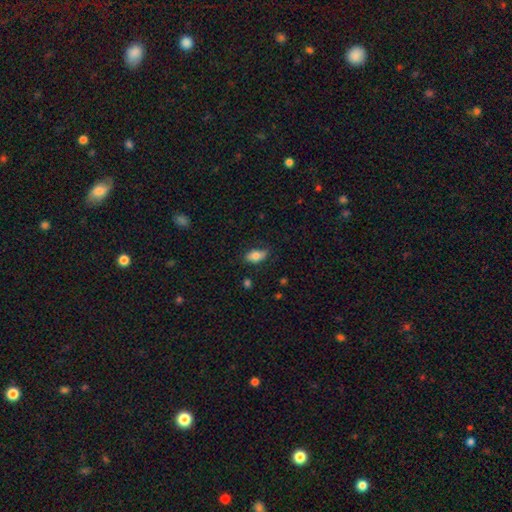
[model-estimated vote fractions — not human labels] smooth-or-featured: smooth: 78% | featured or disk: 15% | star or artifact: 7%
  how-rounded: in between: 90% | cigar-shaped: 5% | round: 4%
  merging: none: 74% | minor disturbance: 20% | major disturbance: 4% | merger: 1%